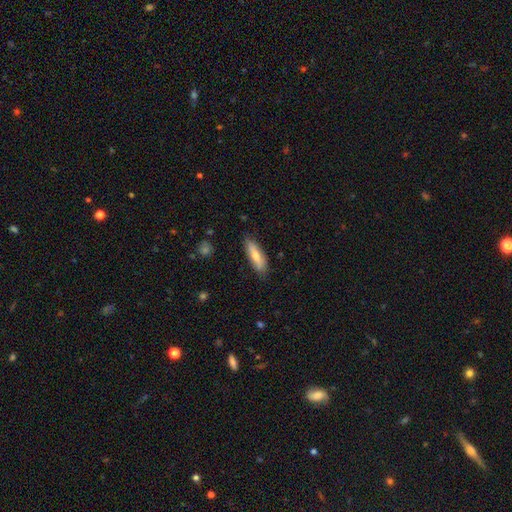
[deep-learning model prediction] Morphology: type=smooth (67%); roundness=cigar-shaped (57%); merging=none (82%).